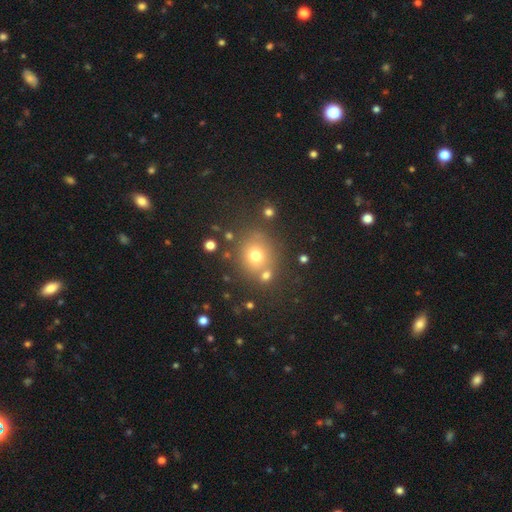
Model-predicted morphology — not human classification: Smooth or featured?
  - smooth: 71% *
  - star or artifact: 17%
  - featured or disk: 11%
How rounded?
  - round: 78% *
  - in between: 21%
  - cigar-shaped: 1%
Merging?
  - none: 72% *
  - merger: 13%
  - minor disturbance: 11%
  - major disturbance: 4%